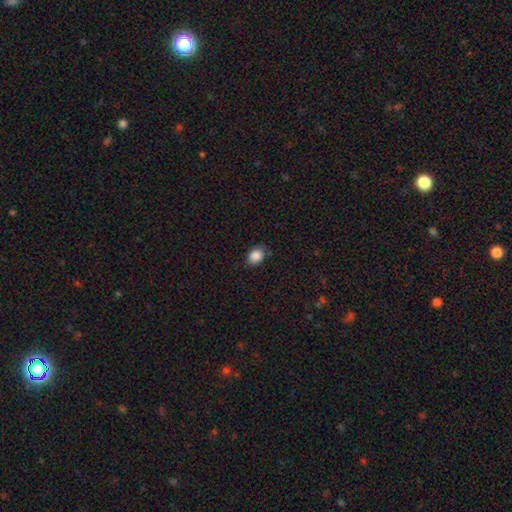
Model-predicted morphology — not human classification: Smooth or featured? Predicted: smooth (p=0.87). How rounded? Predicted: in between (p=0.66). Merging? Predicted: none (p=0.78).